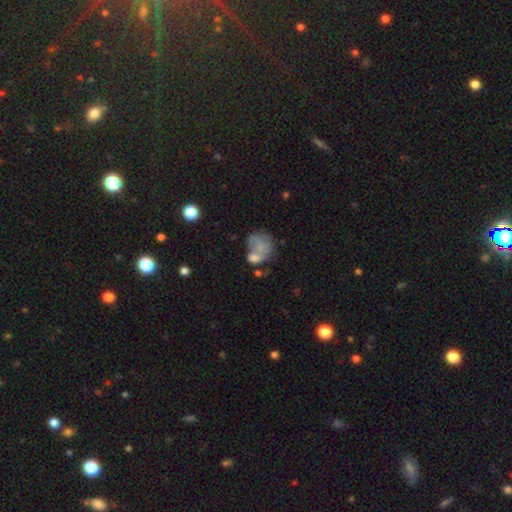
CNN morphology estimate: smooth-or-featured: smooth: 57% | featured or disk: 33% | star or artifact: 10%
  how-rounded: round: 51% | in between: 48% | cigar-shaped: 1%
  merging: merger: 33% | none: 25% | major disturbance: 24% | minor disturbance: 18%